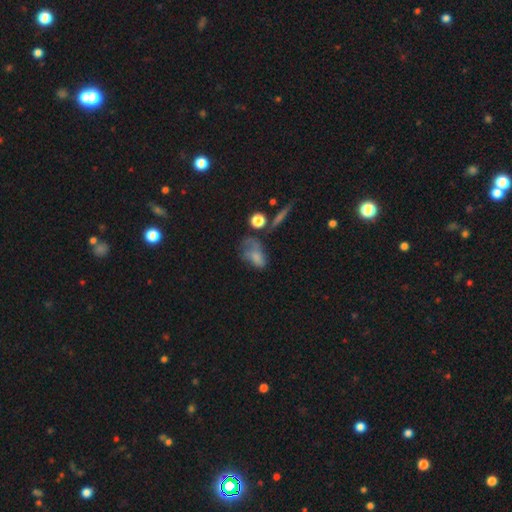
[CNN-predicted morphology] This appears to be a smooth galaxy with no disk features (62%) that is in between round and cigar-shaped (83%). Merging: major disturbance (34%).